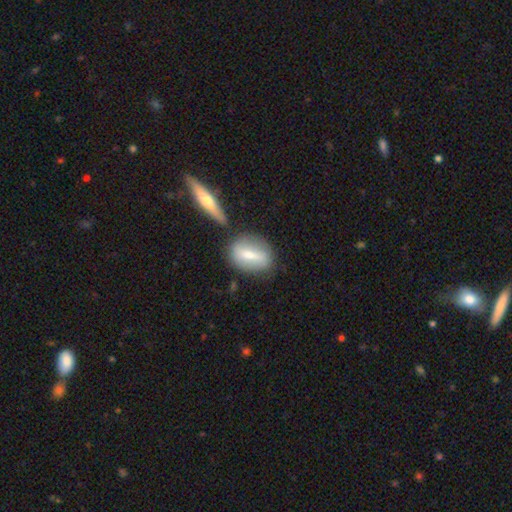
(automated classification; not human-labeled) Smooth or featured? smooth (56%)
How rounded? in between (66%)
Merging? none (62%)